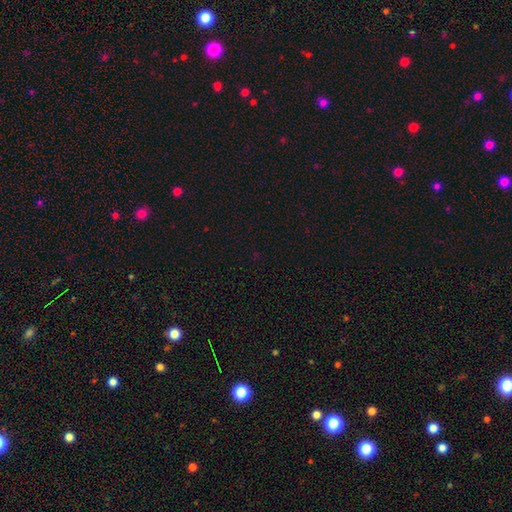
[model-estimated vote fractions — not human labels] Overall: star or artifact (69%).